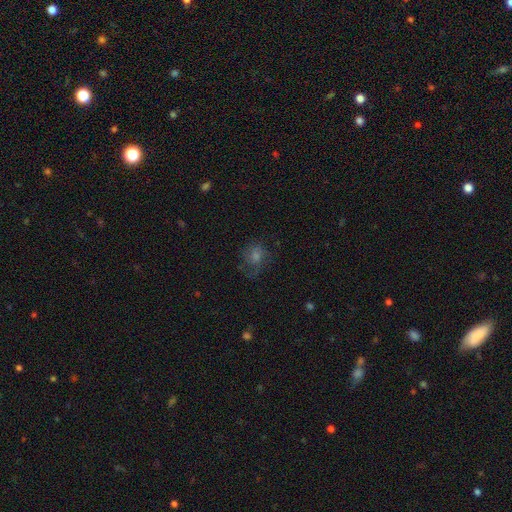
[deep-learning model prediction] smooth-or-featured: smooth: 42% | featured or disk: 34% | star or artifact: 24%
  merging: none: 64% | minor disturbance: 19% | major disturbance: 15% | merger: 1%